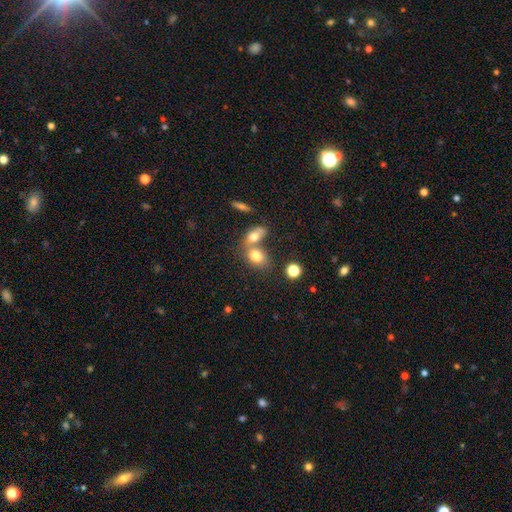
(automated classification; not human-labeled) A smooth galaxy with no disk features (76%) that is in between round and cigar-shaped (68%). Merging: merger (52%).